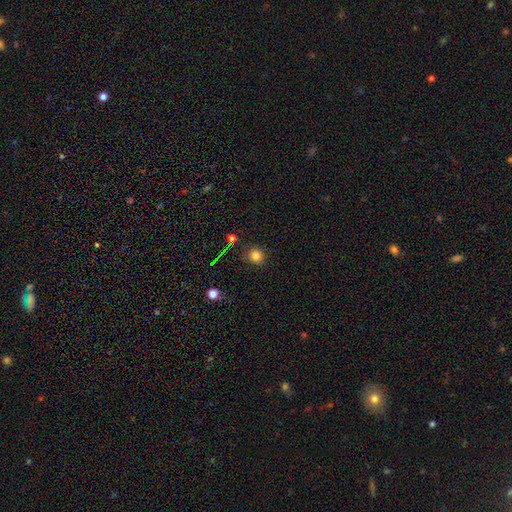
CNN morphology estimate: Overall: smooth (79%). How rounded: round (88%). Merging: none (87%).